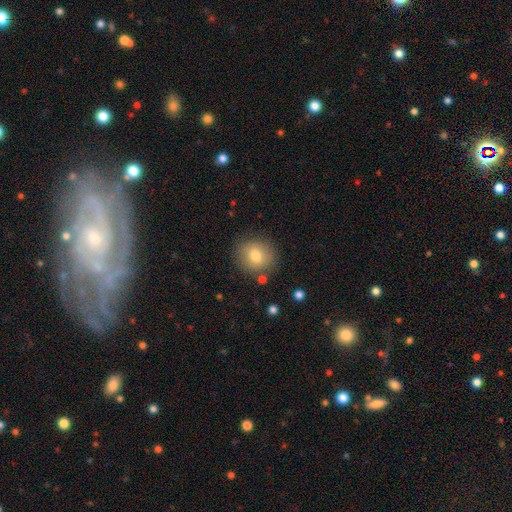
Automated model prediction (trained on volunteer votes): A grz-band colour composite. It shows a smooth galaxy with no disk features (76%) that is round (85%). Merging: none (83%).